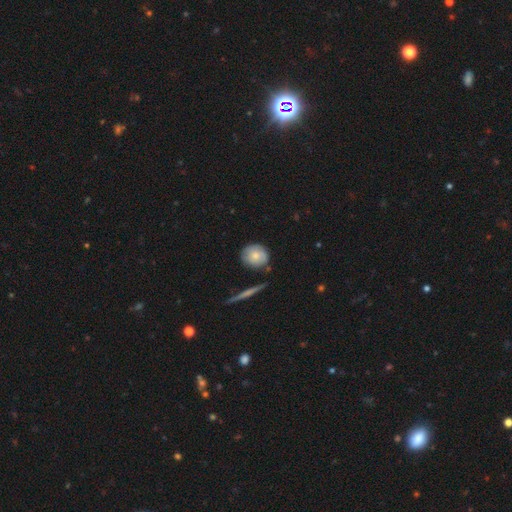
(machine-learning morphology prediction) Overall: smooth (60%; featured or disk 33%). How rounded: round (76%). Merging: none (70%).